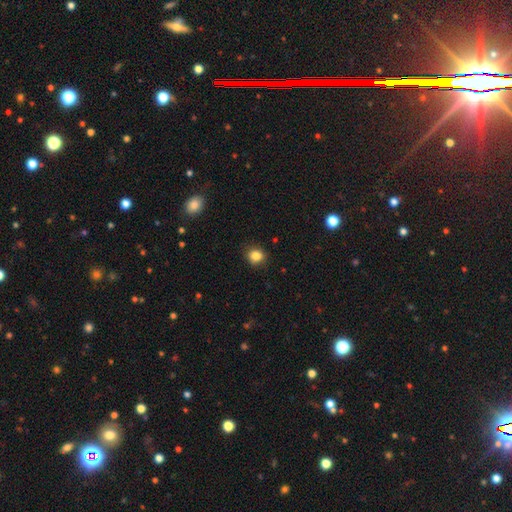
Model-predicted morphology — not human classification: type=smooth (84%); roundness=round (78%); merging=none (85%).